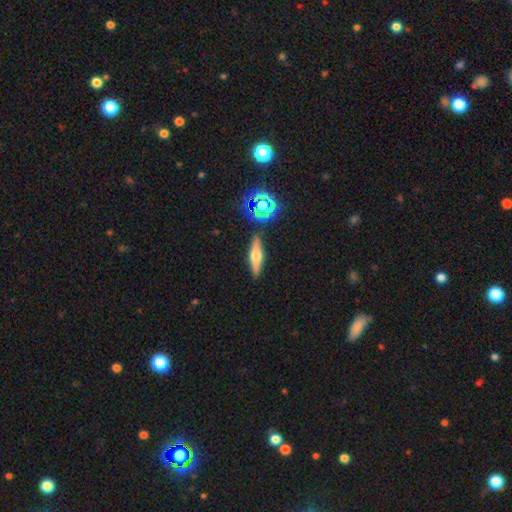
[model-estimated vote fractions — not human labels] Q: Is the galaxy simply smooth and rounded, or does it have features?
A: featured or disk — 52%.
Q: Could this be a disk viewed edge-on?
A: yes — 93%.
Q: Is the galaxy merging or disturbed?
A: none — 87%.